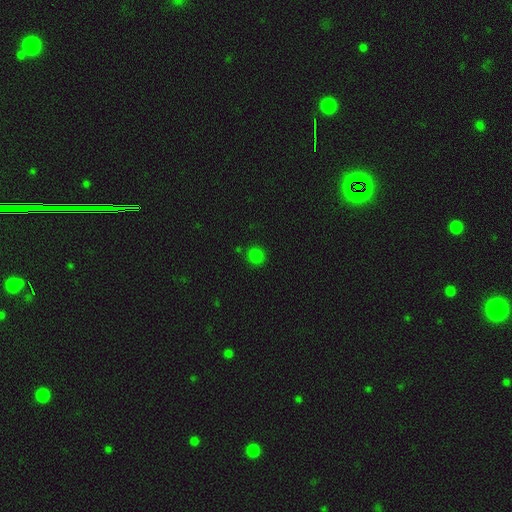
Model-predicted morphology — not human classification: Overall: smooth (79%). How rounded: round (87%). Merging: none (87%).